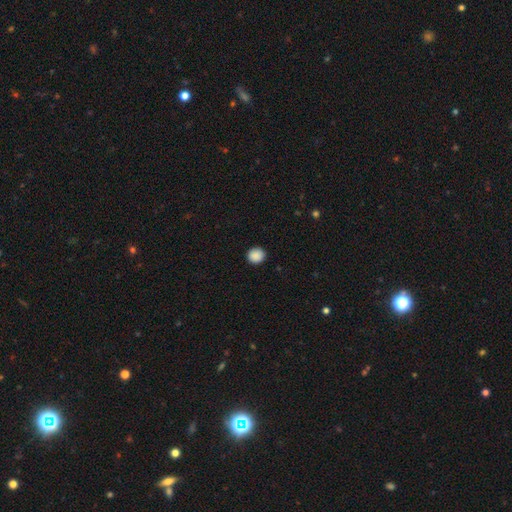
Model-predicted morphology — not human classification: smooth-or-featured: smooth: 89% | star or artifact: 9% | featured or disk: 2%
  how-rounded: round: 84% | in between: 15% | cigar-shaped: 1%
  merging: none: 92% | minor disturbance: 5% | major disturbance: 2% | merger: 1%